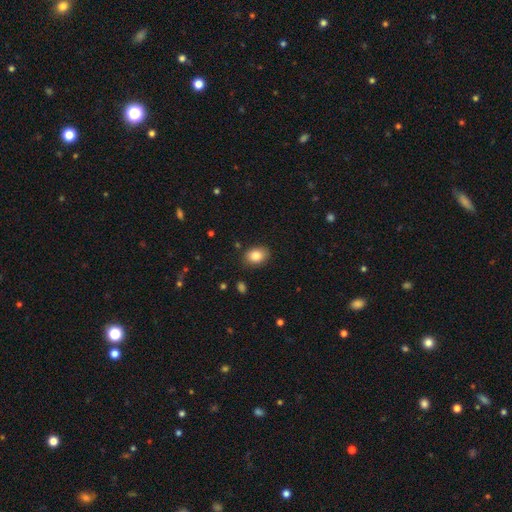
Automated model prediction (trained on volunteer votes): Q: Smooth or featured?
A: smooth (85%); runner-up: star or artifact (8%)
Q: How rounded?
A: in between (72%); runner-up: round (27%)
Q: Merging?
A: none (85%); runner-up: minor disturbance (11%)